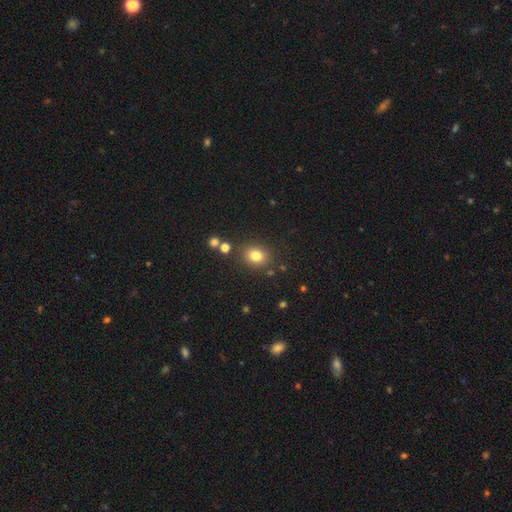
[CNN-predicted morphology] Q: Smooth or featured?
A: smooth (80%); runner-up: star or artifact (13%)
Q: How rounded?
A: round (60%); runner-up: in between (39%)
Q: Merging?
A: none (83%); runner-up: minor disturbance (9%)